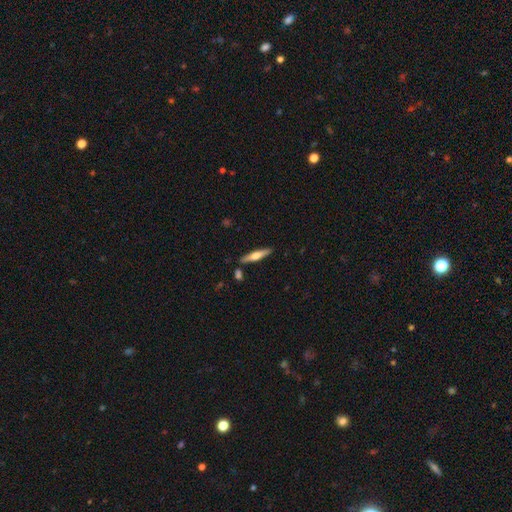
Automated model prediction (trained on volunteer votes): This appears to be a featured or disk galaxy (52%) viewed edge-on (95%). Merging: none (86%).